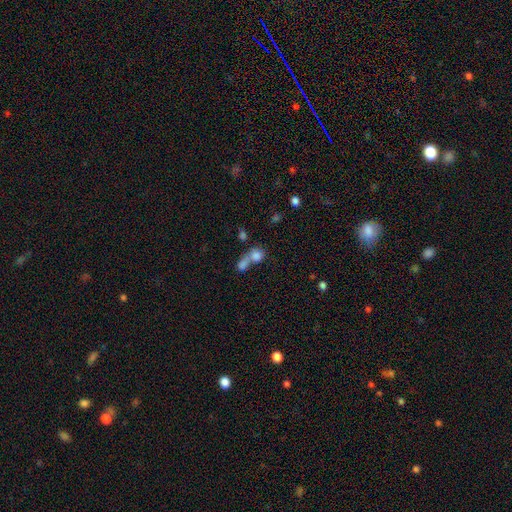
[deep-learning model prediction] Smooth or featured? smooth (78%)
How rounded? round (55%)
Merging? merger (65%)